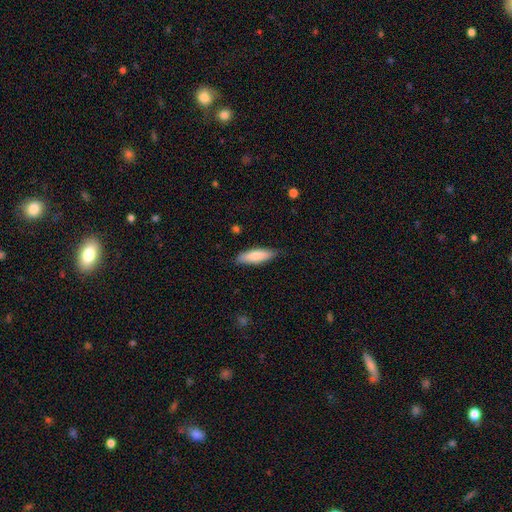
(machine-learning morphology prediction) Overall: smooth (80%). How rounded: cigar-shaped (49%, tied with in between). Merging: none (83%).